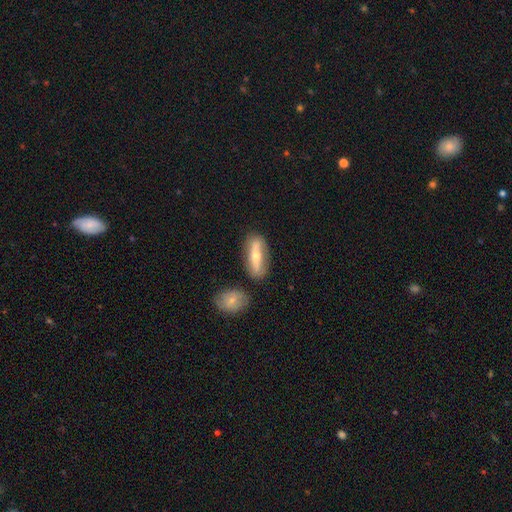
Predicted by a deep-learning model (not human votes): smooth_or_featured: featured or disk (p=0.55) [alt: smooth p=0.38]
disk_edge_on: no (p=0.57) [alt: yes p=0.43]
merging: none (p=0.77) [alt: minor disturbance p=0.12]